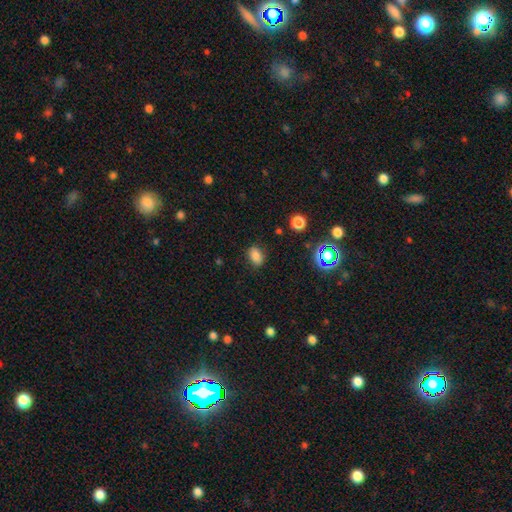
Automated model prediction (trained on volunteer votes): A smooth galaxy with no disk features (81%) that is in between round and cigar-shaped (80%).

Vote fractions:
- Smooth or featured? smooth: 81% / star or artifact: 14% / featured or disk: 5%
- How rounded? in between: 80% / round: 19% / cigar-shaped: 2%
- Merging? none: 82% / minor disturbance: 13% / major disturbance: 3% / merger: 2%